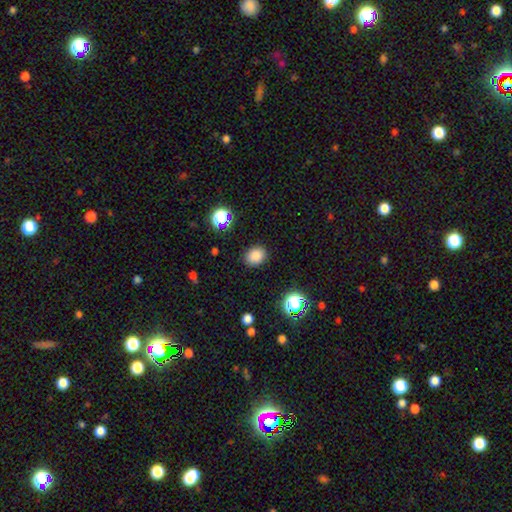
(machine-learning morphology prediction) This is clearly a smooth galaxy (83%). How rounded: possibly round (55%). Merging: clearly none (87%).